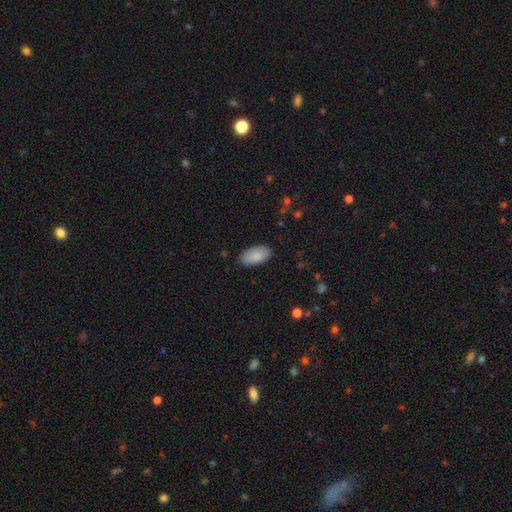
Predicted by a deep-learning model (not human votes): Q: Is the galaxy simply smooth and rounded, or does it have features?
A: smooth — 87%.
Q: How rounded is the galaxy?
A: in between — 95%.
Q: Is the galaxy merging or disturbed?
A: none — 85%.